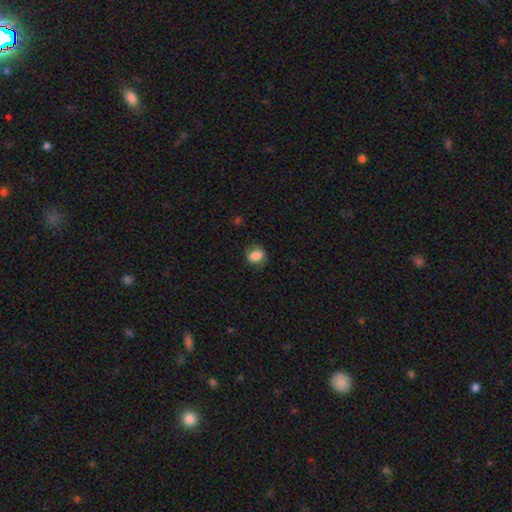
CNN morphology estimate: Smooth or featured: smooth — 83% (star or artifact — 9%)
How rounded: round — 54% (in between — 45%)
Merging: none — 73% (minor disturbance — 20%)